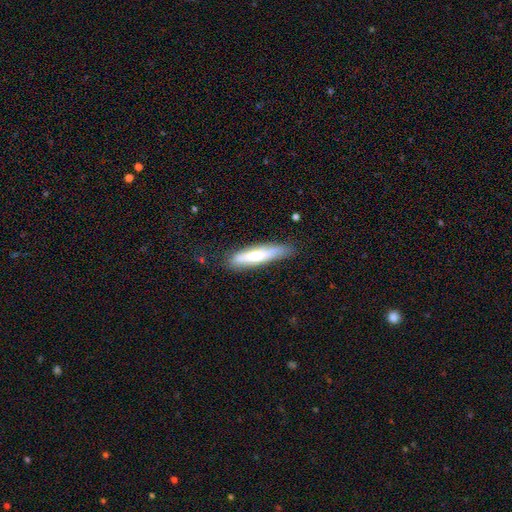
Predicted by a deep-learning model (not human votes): smooth_or_featured: smooth (p=0.65) [alt: featured or disk p=0.29]
how_rounded: cigar-shaped (p=0.81) [alt: in between p=0.18]
merging: none (p=0.75) [alt: minor disturbance p=0.19]